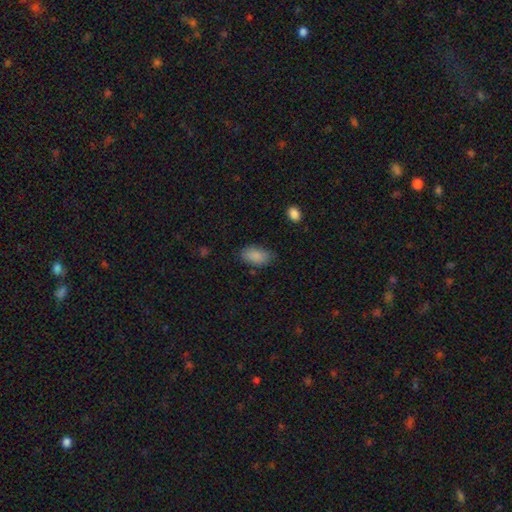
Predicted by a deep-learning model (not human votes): This appears to be a smooth galaxy with no disk features (87%) that is in between round and cigar-shaped (93%). Merging: none (74%).